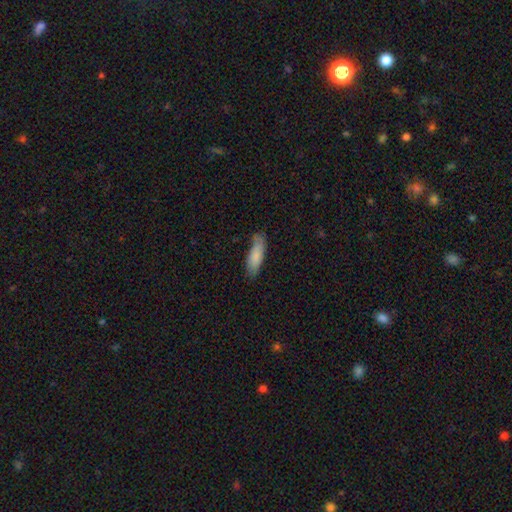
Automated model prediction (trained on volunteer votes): Morphology: type=smooth (83%); roundness=cigar-shaped (53%); merging=none (74%).